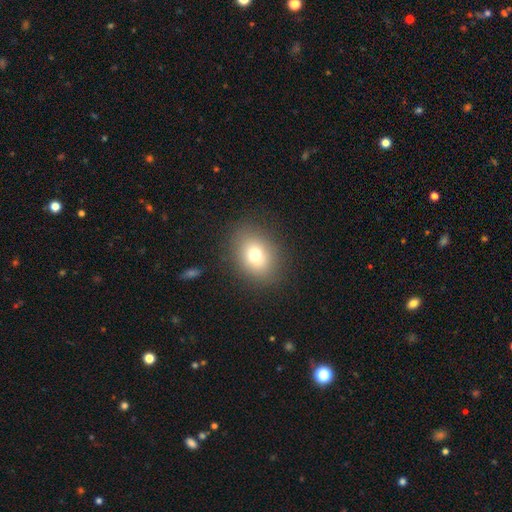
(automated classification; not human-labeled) Q: Smooth or featured?
A: smooth (73%); runner-up: star or artifact (14%)
Q: How rounded?
A: in between (50%); runner-up: round (49%)
Q: Merging?
A: none (85%); runner-up: minor disturbance (9%)